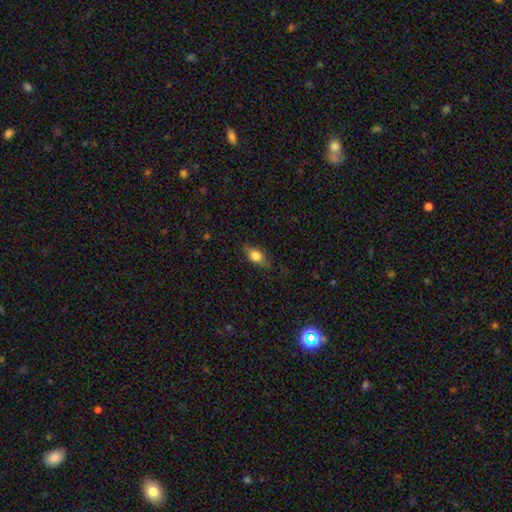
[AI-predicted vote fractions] This appears to be a smooth galaxy with no disk features (73%) that is in between round and cigar-shaped (79%). Merging: none (78%).